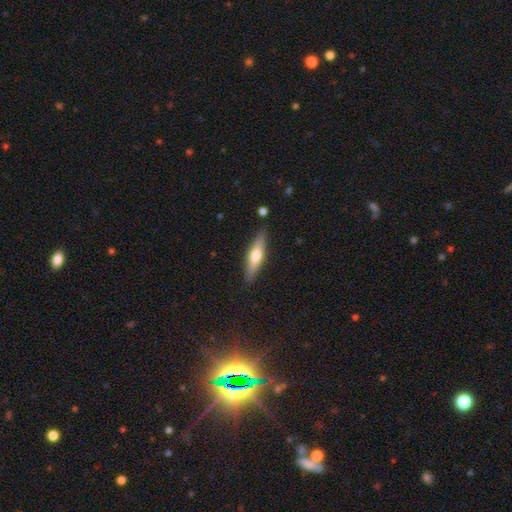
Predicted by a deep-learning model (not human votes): smooth 55%, featured or disk 39%, star or artifact 6%. Down the decision tree: how rounded — cigar-shaped (71%); merging — none (85%).